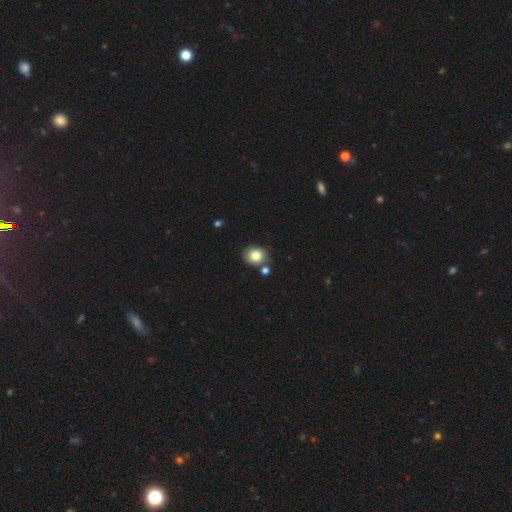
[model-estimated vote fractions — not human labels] The model was most divided on "how rounded": round: 65%, in between: 34%, cigar-shaped: 1%. More confident: smooth or featured — smooth (83%); merging — none (72%).